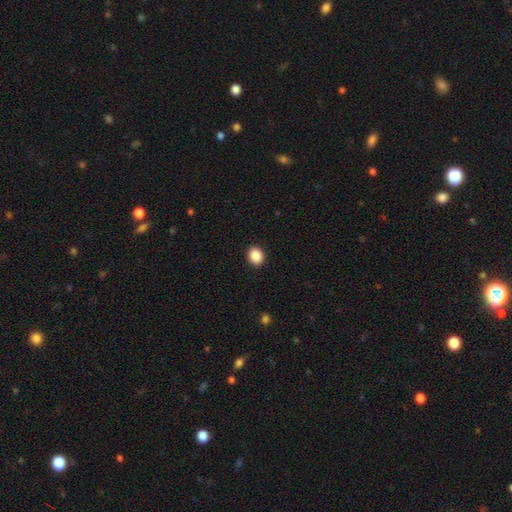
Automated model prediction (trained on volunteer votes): Overall: smooth (88%). How rounded: round (65%; in between 35%). Merging: none (92%).